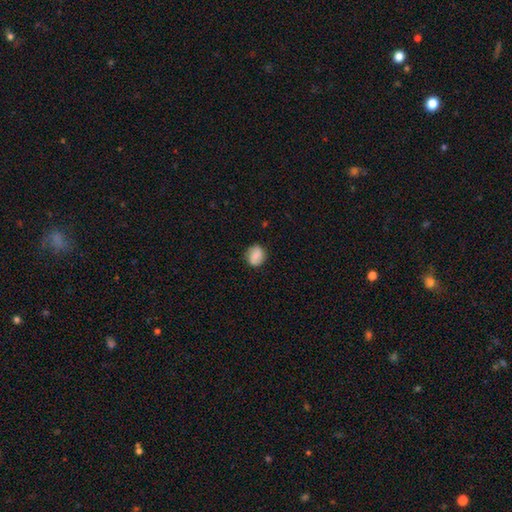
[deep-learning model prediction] Morphology: type=smooth (72%); roundness=round (67%); merging=none (83%).